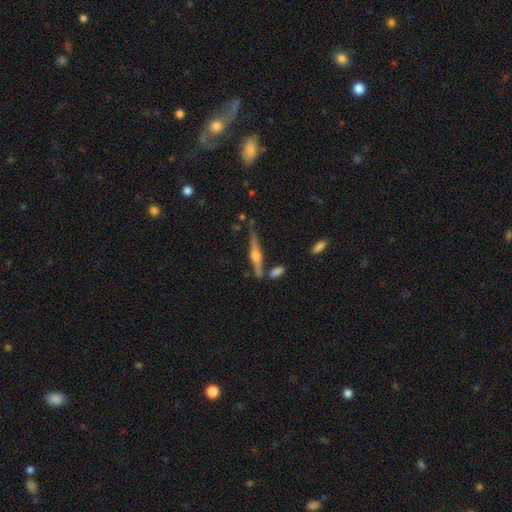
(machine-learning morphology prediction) smooth-or-featured: featured or disk: 75% | smooth: 19% | star or artifact: 7%
  disk-edge-on: yes: 97% | no: 3%
    edge-on-bulge: rounded: 92% | boxy: 4% | none: 3%
  merging: none: 74% | minor disturbance: 14% | merger: 8% | major disturbance: 3%